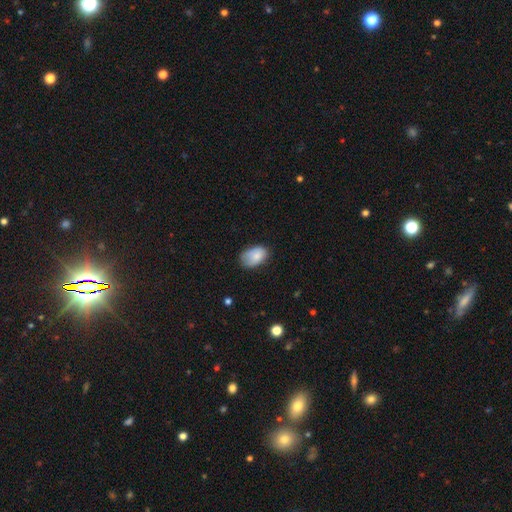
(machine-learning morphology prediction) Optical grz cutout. It shows a smooth galaxy with no disk features (81%) that is in between round and cigar-shaped (89%). Merging: none (63%).